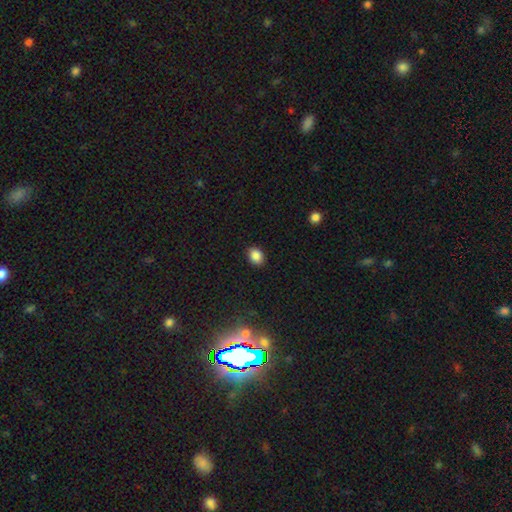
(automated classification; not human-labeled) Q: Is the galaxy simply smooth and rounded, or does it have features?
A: smooth — 86%.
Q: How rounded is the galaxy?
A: in between — 63%.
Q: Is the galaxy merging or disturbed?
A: none — 89%.